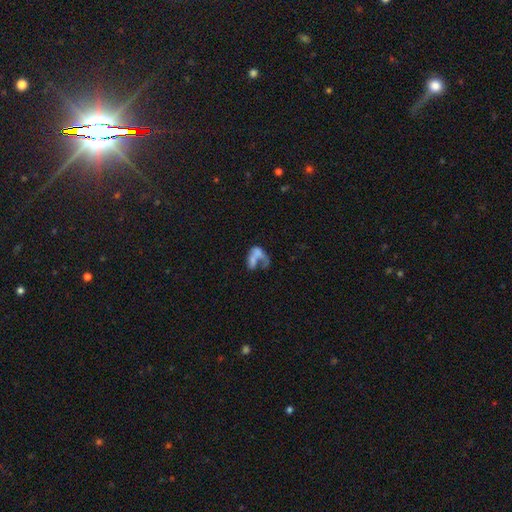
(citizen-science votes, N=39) Overall: smooth (54%; featured or disk 38%). How rounded: in between (90%). Merging: none (39%; merger 36%).